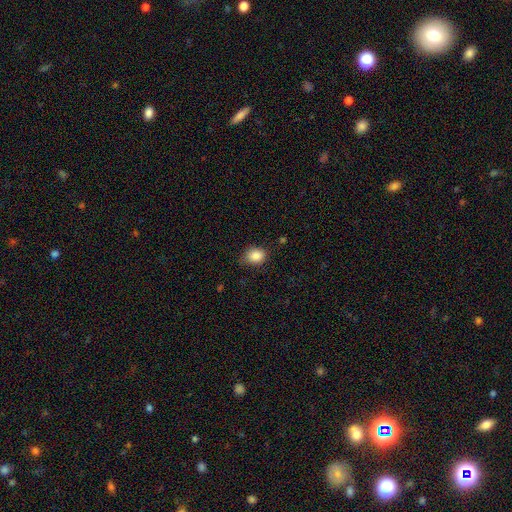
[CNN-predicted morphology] The model was most divided on "how rounded": round: 55%, in between: 44%, cigar-shaped: 1%. More confident: smooth or featured — smooth (87%); merging — none (75%).